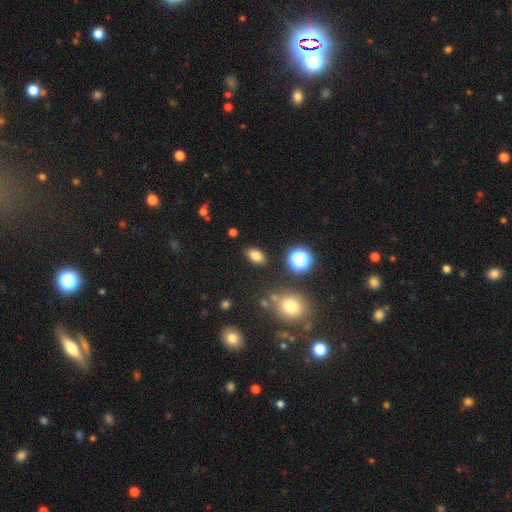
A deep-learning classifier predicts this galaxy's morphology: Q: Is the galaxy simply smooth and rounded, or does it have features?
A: smooth — 79%.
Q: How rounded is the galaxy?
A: in between — 86%.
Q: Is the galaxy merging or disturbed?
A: none — 85%.